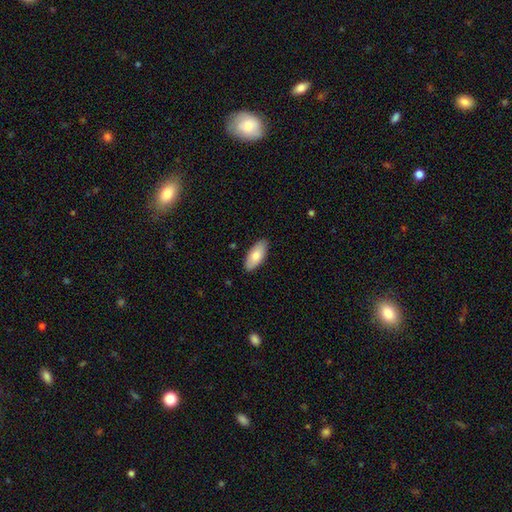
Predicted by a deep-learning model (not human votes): The model was most divided on "smooth or featured": smooth: 79%, featured or disk: 15%, star or artifact: 6%. More confident: how rounded — in between (89%); merging — none (87%).